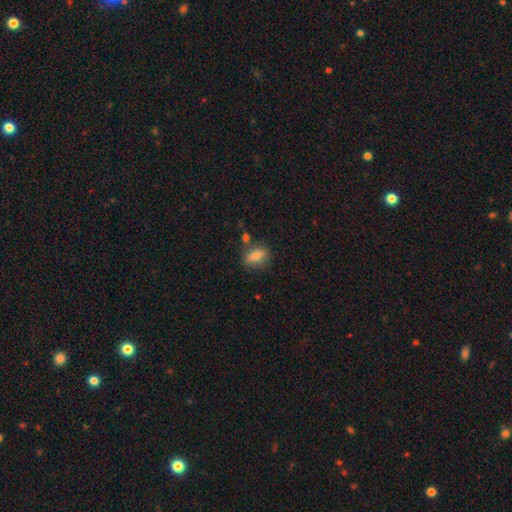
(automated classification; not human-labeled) Smooth or featured? Predicted: smooth (p=0.80). How rounded? Predicted: in between (p=0.76). Merging? Predicted: none (p=0.74).